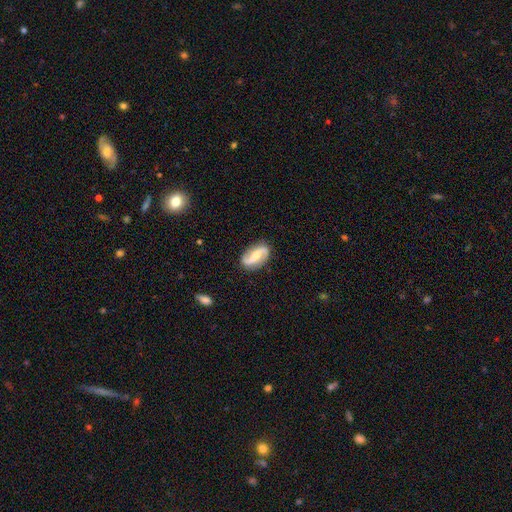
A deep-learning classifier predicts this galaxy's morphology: type=featured or disk (82%); edge-on=no (96%); bar=weak (38%); spiral arms=yes (95%); winding=loose (61%); arm count=2 (93%); bulge=moderate (50%); merging=none (84%).